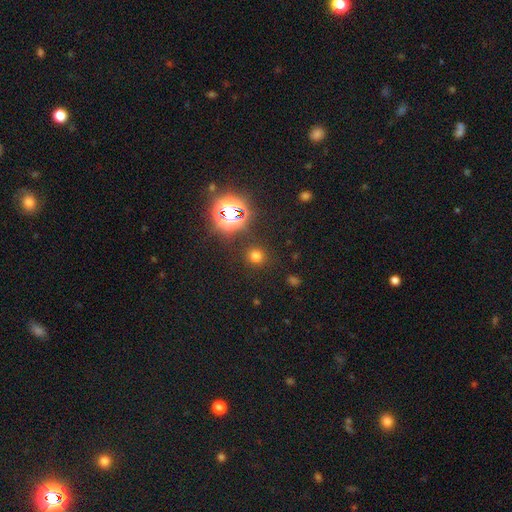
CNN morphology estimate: Q: Smooth or featured?
A: smooth (66%); runner-up: star or artifact (28%)
Q: How rounded?
A: round (88%); runner-up: in between (11%)
Q: Merging?
A: none (87%); runner-up: minor disturbance (7%)